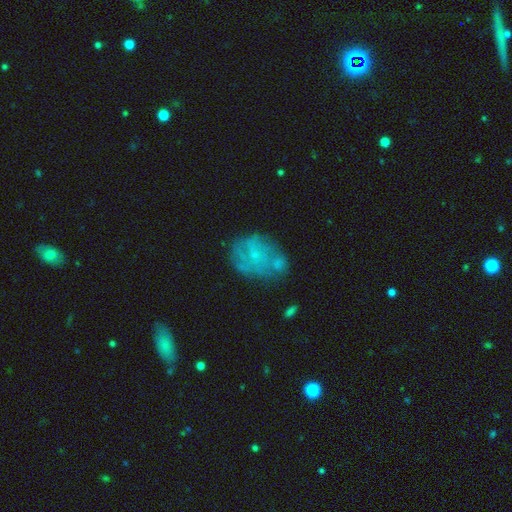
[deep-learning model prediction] smooth-or-featured: featured or disk: 53% | smooth: 35% | star or artifact: 11%
  disk-edge-on: no: 97% | yes: 3%
    bar: no: 80% | weak: 17% | strong: 3%
    has-spiral-arms: no: 55% | yes: 45%
    bulge-size: small: 66% | none: 20% | moderate: 12% | large: 1% | dominant: 1%
  merging: none: 48% | minor disturbance: 24% | major disturbance: 15% | merger: 14%